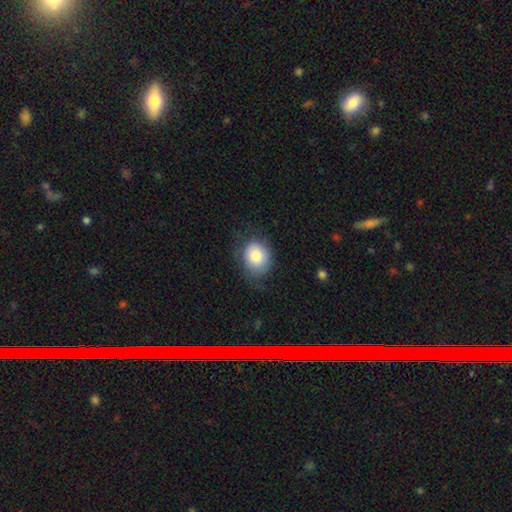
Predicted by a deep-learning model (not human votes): A smooth galaxy with no disk features (79%) that is round (61%).

Vote fractions:
- Smooth or featured? smooth: 79% / featured or disk: 13% / star or artifact: 8%
- How rounded? round: 61% / in between: 38% / cigar-shaped: 1%
- Merging? none: 67% / minor disturbance: 23% / major disturbance: 9% / merger: 1%